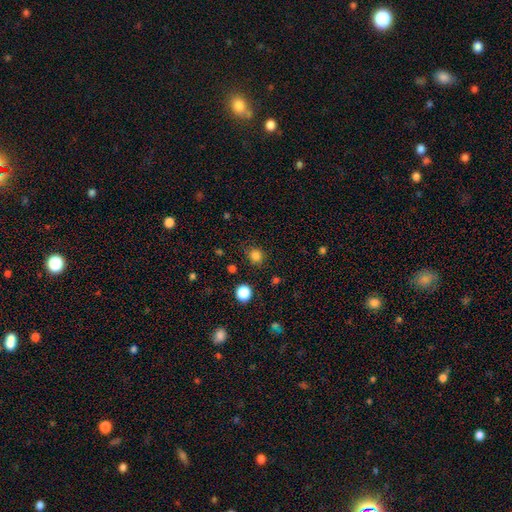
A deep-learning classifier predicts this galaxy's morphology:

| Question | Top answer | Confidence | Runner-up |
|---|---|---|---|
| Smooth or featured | smooth | 82% | star or artifact (15%) |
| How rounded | round | 88% | in between (11%) |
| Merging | none | 84% | minor disturbance (11%) |